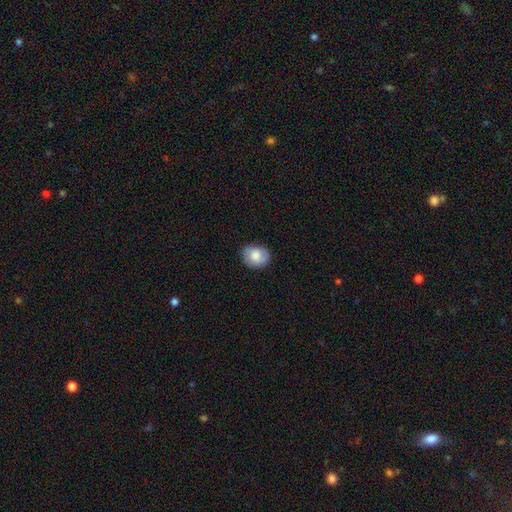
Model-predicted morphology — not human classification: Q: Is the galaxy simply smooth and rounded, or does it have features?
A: smooth — 76%.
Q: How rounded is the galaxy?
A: round — 55%.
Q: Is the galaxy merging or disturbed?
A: none — 82%.